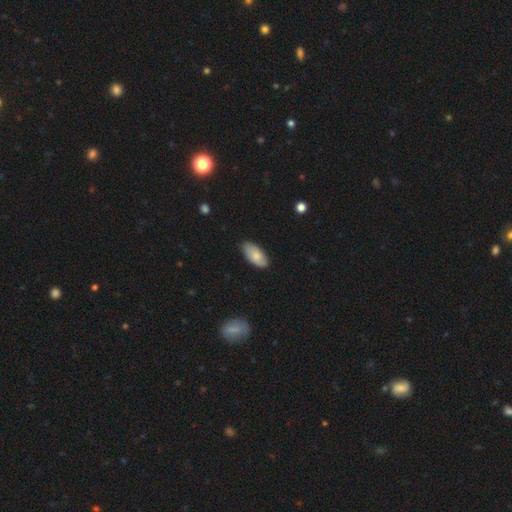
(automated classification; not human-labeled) smooth_or_featured: smooth (p=0.77) [alt: featured or disk p=0.17]
how_rounded: in between (p=0.93) [alt: cigar-shaped p=0.04]
merging: none (p=0.83) [alt: minor disturbance p=0.14]